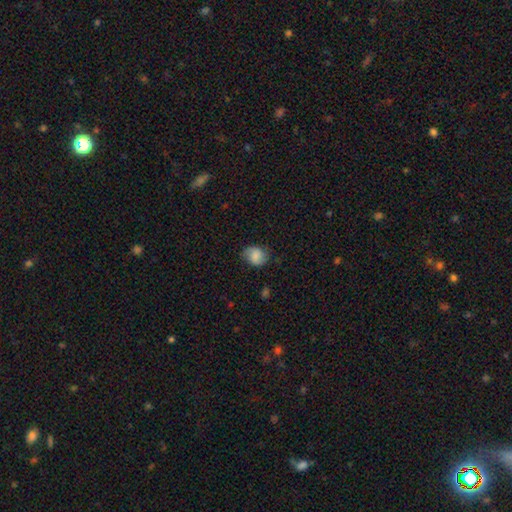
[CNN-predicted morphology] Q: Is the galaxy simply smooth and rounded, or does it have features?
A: smooth — 74%.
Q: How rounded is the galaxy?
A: round — 52%.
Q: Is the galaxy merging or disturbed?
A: none — 69%.